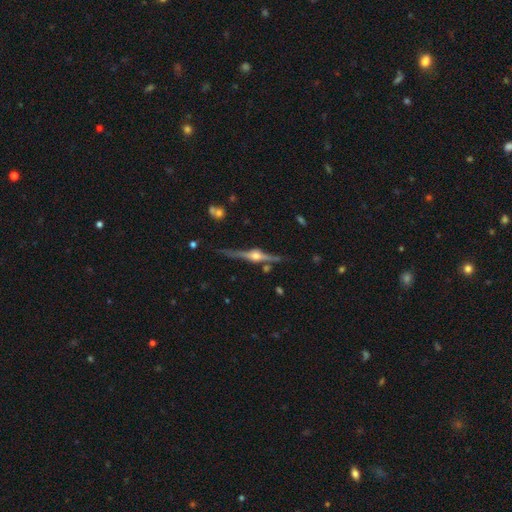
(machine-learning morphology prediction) Smooth or featured: featured or disk — 87% (smooth — 7%)
Edge-on disk: yes — 98% (no — 2%)
Edge-on bulge: rounded — 94% (boxy — 4%)
Merging: none — 84% (minor disturbance — 11%)